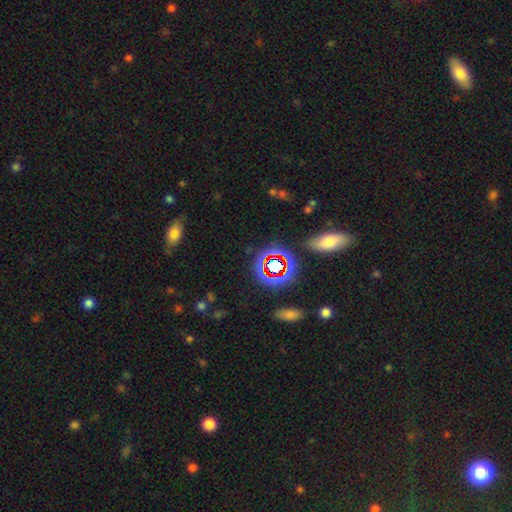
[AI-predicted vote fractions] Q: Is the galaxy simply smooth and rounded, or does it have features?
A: star or artifact — 38%.